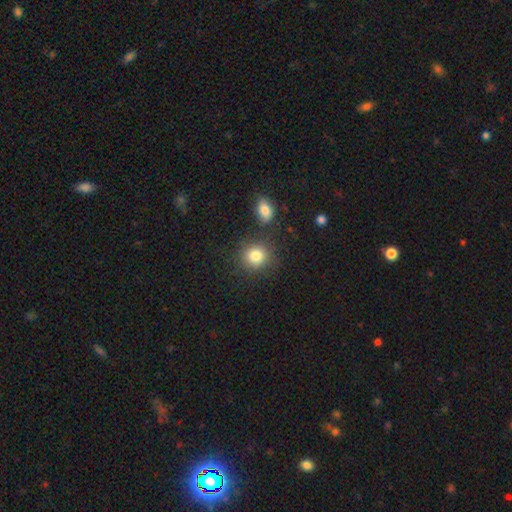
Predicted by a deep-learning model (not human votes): Smooth or featured: smooth — 84% (star or artifact — 10%)
How rounded: round — 82% (in between — 17%)
Merging: none — 76% (minor disturbance — 10%)